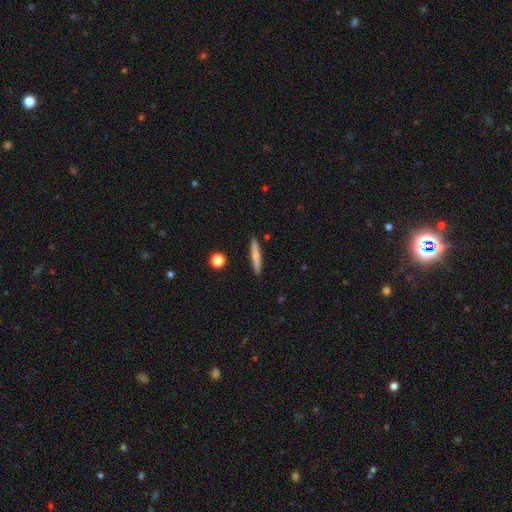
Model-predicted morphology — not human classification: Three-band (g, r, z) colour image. It shows a smooth galaxy with no disk features (67%) that is cigar-shaped (94%). Merging: none (90%).